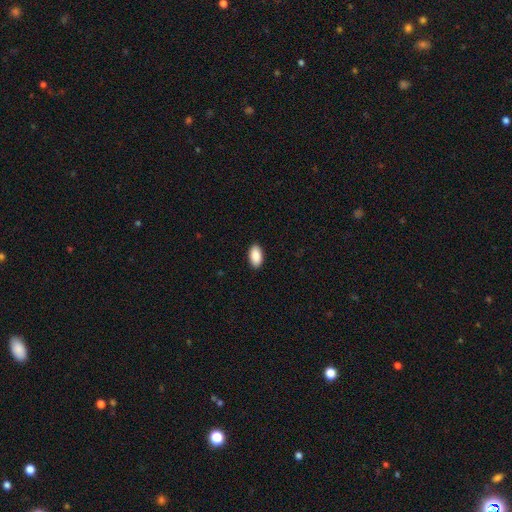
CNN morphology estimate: smooth_or_featured: smooth (p=0.90) [alt: star or artifact p=0.06]
how_rounded: in between (p=0.95) [alt: round p=0.03]
merging: none (p=0.90) [alt: minor disturbance p=0.07]